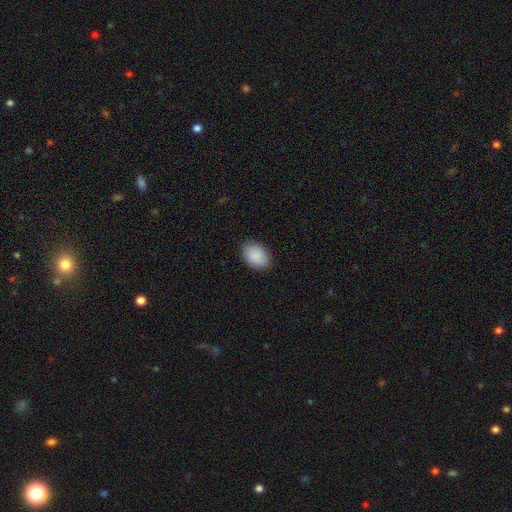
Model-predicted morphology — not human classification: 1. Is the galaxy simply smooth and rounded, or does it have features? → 90% smooth, 7% star or artifact, 4% featured or disk.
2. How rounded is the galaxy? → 83% in between, 16% round, 1% cigar-shaped.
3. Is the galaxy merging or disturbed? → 86% none, 10% minor disturbance, 2% major disturbance, 1% merger.